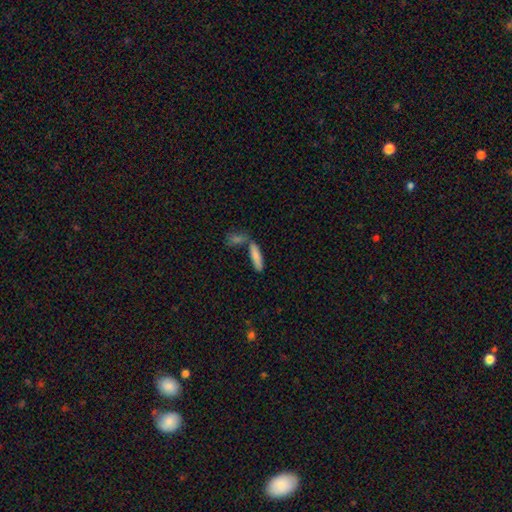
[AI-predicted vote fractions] Q: Smooth or featured?
A: smooth (82%); runner-up: featured or disk (11%)
Q: How rounded?
A: cigar-shaped (66%); runner-up: in between (32%)
Q: Merging?
A: none (55%); runner-up: merger (29%)